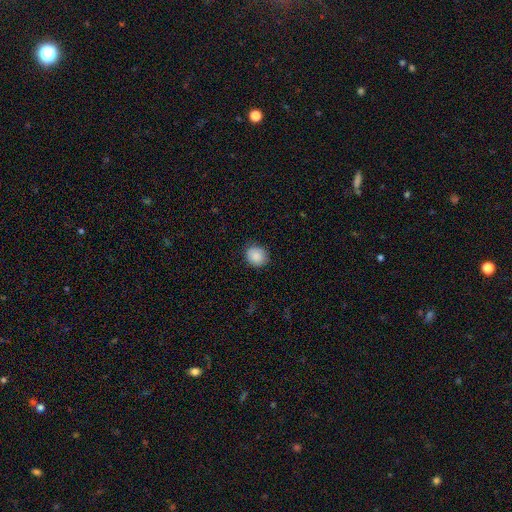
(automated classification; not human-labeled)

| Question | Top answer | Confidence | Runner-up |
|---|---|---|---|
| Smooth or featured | smooth | 87% | star or artifact (8%) |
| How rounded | round | 77% | in between (22%) |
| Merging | none | 84% | minor disturbance (13%) |